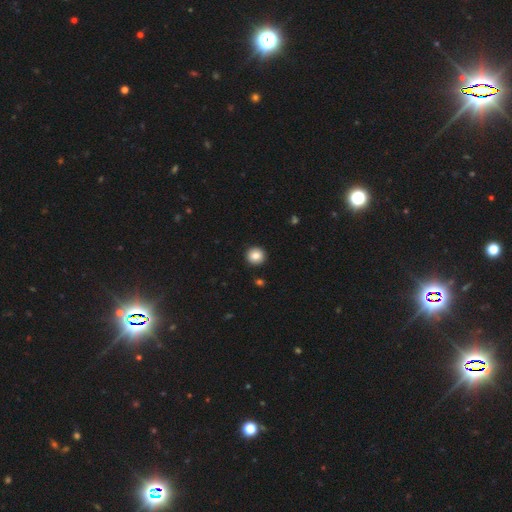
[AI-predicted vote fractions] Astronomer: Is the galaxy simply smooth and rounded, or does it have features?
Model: smooth — 85%.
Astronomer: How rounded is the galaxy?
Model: round — 94%.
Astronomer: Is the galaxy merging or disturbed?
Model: none — 93%.